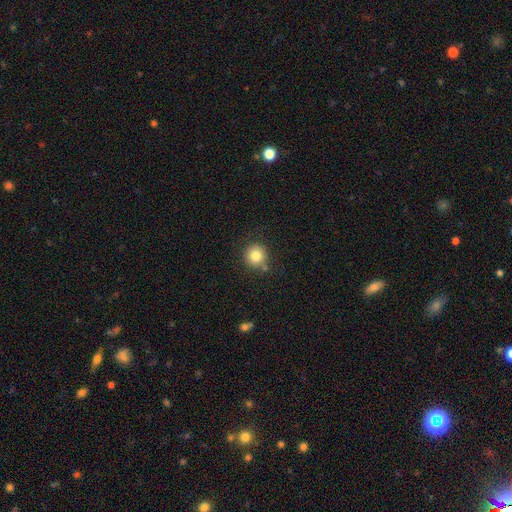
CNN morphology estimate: Smooth or featured? smooth (82%)
How rounded? round (93%)
Merging? none (77%)